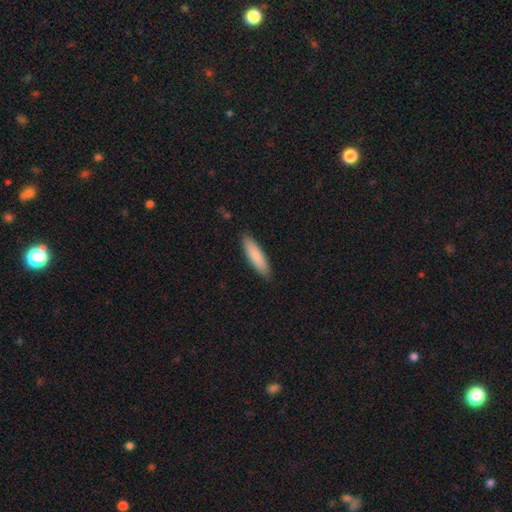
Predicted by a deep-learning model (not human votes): smooth-or-featured: smooth: 86% | featured or disk: 8% | star or artifact: 5%
  how-rounded: cigar-shaped: 70% | in between: 29% | round: 1%
  merging: none: 89% | minor disturbance: 9% | major disturbance: 2% | merger: 1%